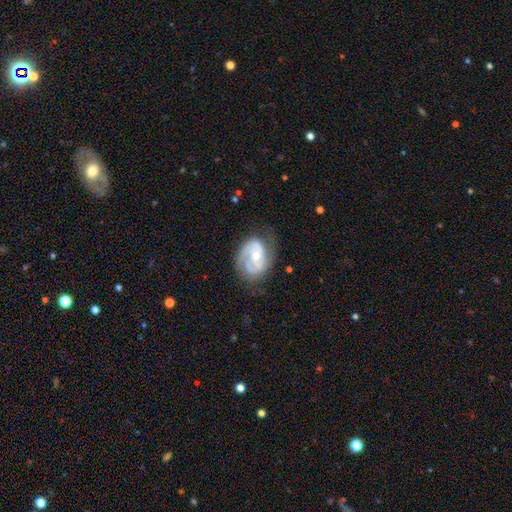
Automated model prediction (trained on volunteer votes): Q: Smooth or featured?
A: featured or disk (77%); runner-up: smooth (18%)
Q: Edge-on disk?
A: no (97%); runner-up: yes (3%)
Q: Bar?
A: no (53%); runner-up: weak (36%)
Q: Spiral arms?
A: yes (90%); runner-up: no (10%)
Q: Spiral winding?
A: medium (42%); runner-up: tight (41%)
Q: Spiral arm count?
A: 2 (57%); runner-up: can't tell (19%)
Q: Bulge size?
A: small (49%); runner-up: moderate (46%)
Q: Merging?
A: none (59%); runner-up: minor disturbance (25%)